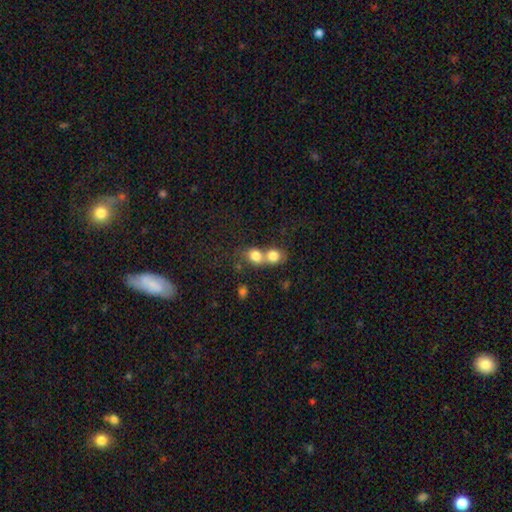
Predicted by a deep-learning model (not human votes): This is likely a smooth galaxy (78%). How rounded: likely round (66%). Merging: likely merger (67%).